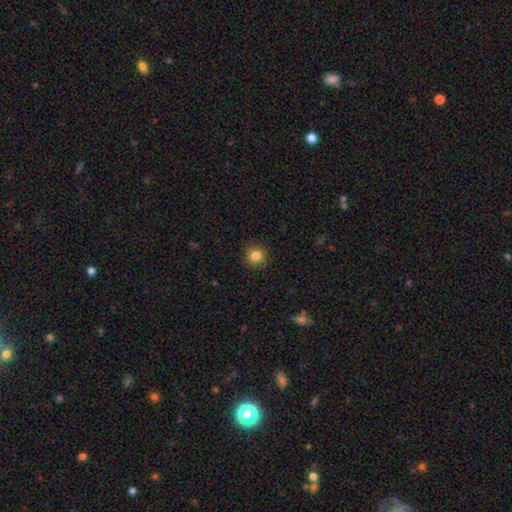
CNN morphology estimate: Smooth or featured? Predicted: smooth (p=0.84). How rounded? Predicted: round (p=0.88). Merging? Predicted: none (p=0.90).